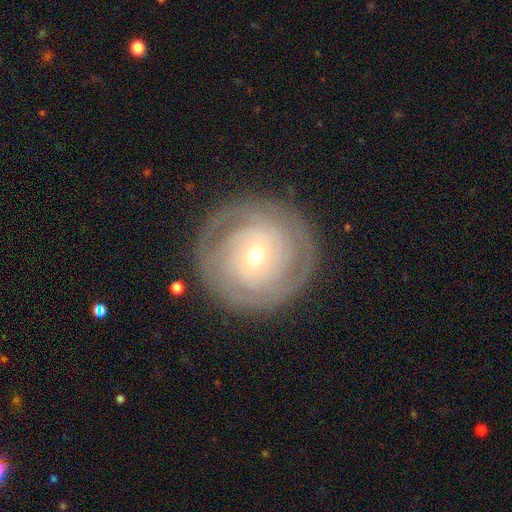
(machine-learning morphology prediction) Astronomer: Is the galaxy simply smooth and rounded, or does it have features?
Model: featured or disk — 81%.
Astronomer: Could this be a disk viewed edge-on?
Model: no — 97%.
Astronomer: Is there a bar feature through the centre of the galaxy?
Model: no — 69%.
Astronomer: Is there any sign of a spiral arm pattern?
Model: yes — 93%.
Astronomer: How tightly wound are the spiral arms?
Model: tight — 84%.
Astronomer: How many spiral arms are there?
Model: can't tell — 34% (runner-up: 2, 23%).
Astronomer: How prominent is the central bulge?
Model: small — 74%.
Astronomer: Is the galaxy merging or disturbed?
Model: none — 86%.